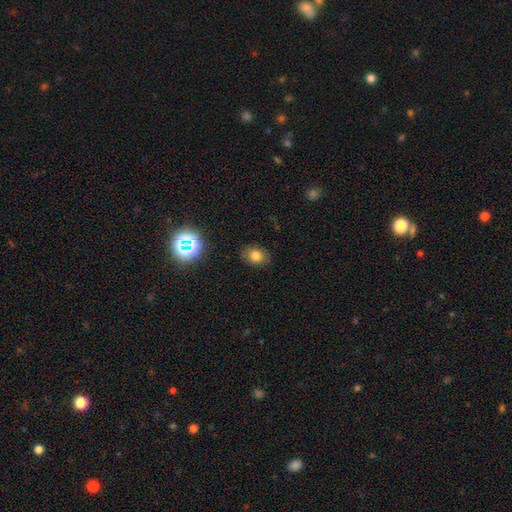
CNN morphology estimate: This appears to be a smooth galaxy with no disk features (75%) that is in between round and cigar-shaped (64%). Merging: none (84%).